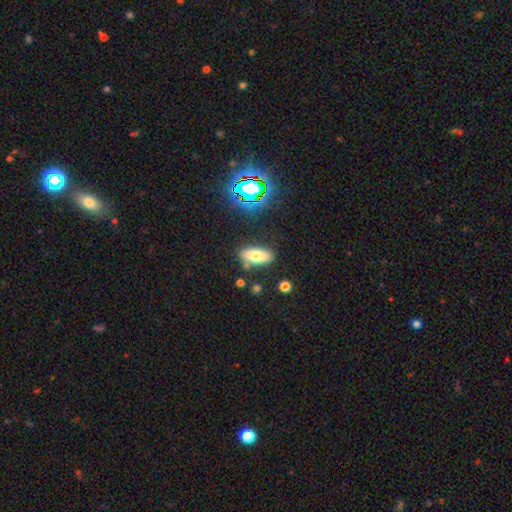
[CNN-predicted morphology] type=smooth (68%); roundness=in between (84%); merging=none (80%).